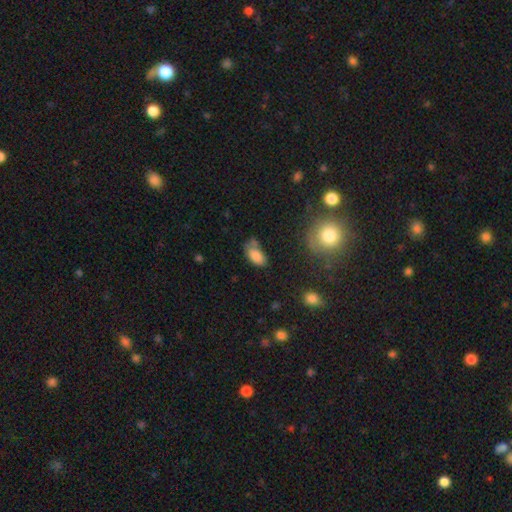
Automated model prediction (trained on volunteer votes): This appears to be a smooth galaxy with no disk features (82%) that is in between round and cigar-shaped (93%). Merging: none (50%).